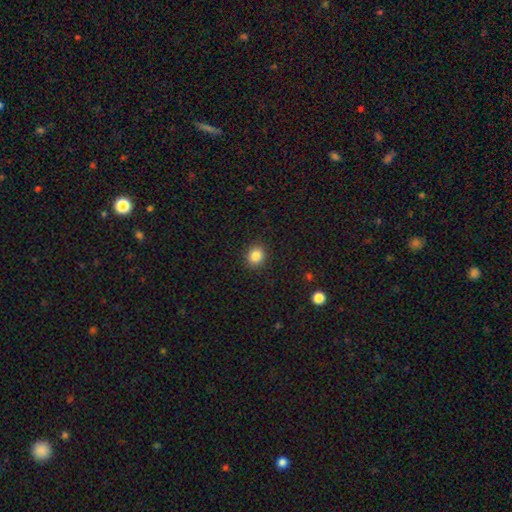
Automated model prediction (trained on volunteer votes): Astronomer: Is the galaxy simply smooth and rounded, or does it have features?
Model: smooth — 85%.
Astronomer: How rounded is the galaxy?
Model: round — 77%.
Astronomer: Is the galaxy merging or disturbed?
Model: none — 90%.